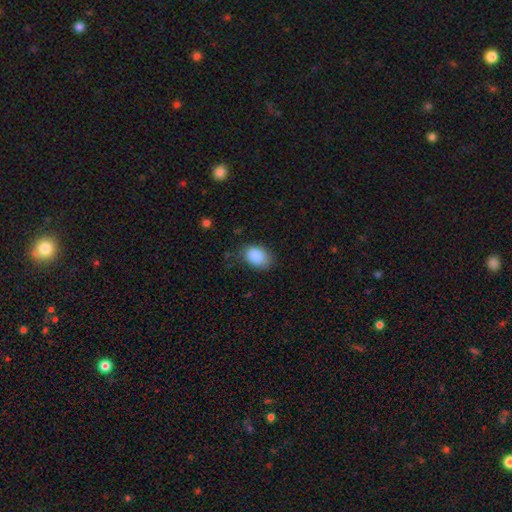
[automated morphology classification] Overall: smooth (88%). How rounded: in between (81%). Merging: none (71%).